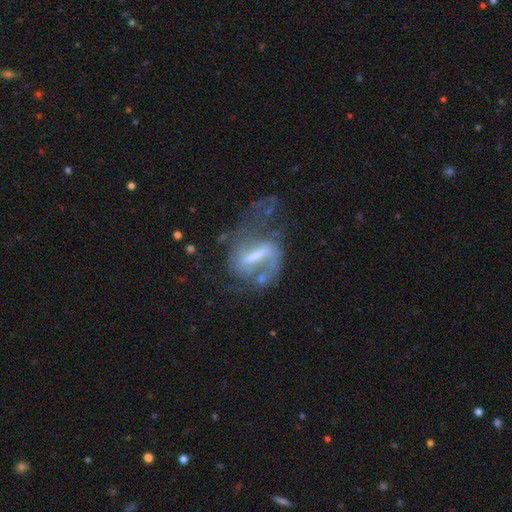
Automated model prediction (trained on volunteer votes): smooth-or-featured: featured or disk: 80% | smooth: 12% | star or artifact: 8%
  disk-edge-on: no: 95% | yes: 5%
    bar: strong: 56% | weak: 34% | no: 10%
    has-spiral-arms: yes: 85% | no: 15%
      spiral-winding: medium: 44% | loose: 39% | tight: 18%
      spiral-arm-count: 2: 69% | 1: 15% | can't tell: 11% | 3: 3% | 4: 1% | more than 4: 1%
    bulge-size: small: 35% | moderate: 33% | none: 22% | large: 8% | dominant: 2%
  merging: none: 38% | major disturbance: 35% | minor disturbance: 19% | merger: 8%